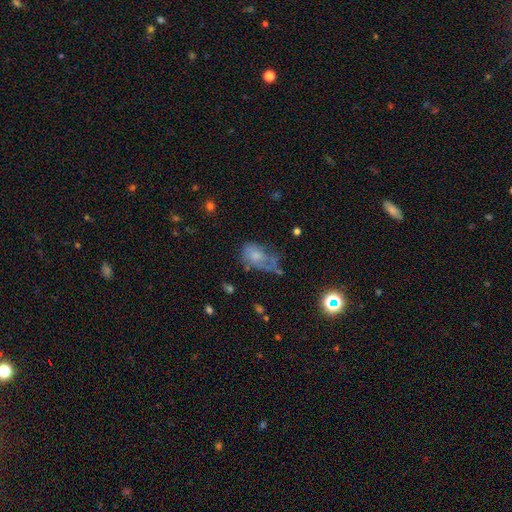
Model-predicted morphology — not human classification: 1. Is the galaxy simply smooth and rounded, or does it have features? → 62% smooth, 27% featured or disk, 12% star or artifact.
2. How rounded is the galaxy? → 84% in between, 14% round, 2% cigar-shaped.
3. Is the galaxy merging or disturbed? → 32% major disturbance, 31% minor disturbance, 28% none, 9% merger.